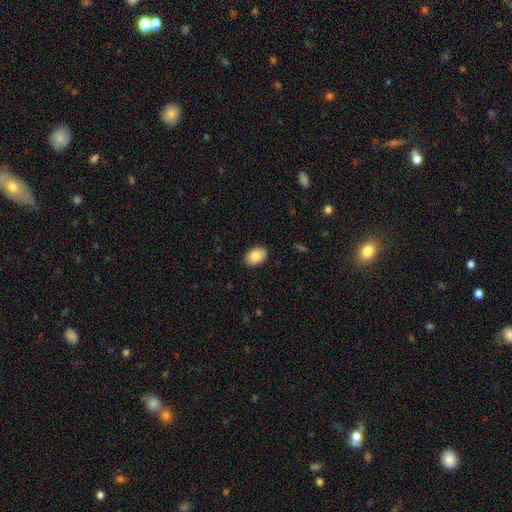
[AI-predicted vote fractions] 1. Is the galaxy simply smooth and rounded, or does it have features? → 83% smooth, 10% featured or disk, 7% star or artifact.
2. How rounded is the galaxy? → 82% in between, 17% round, 1% cigar-shaped.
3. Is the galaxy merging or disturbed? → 88% none, 9% minor disturbance, 2% major disturbance, 1% merger.